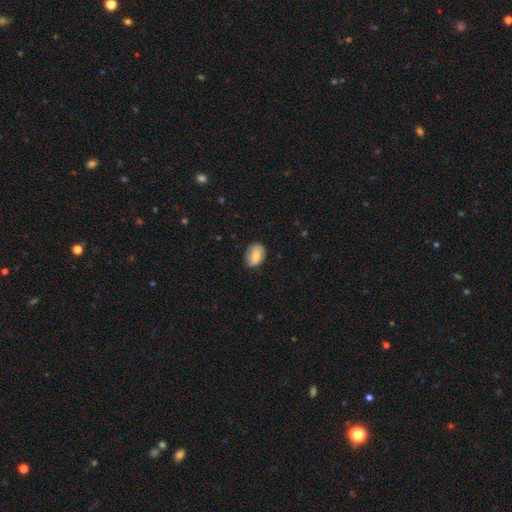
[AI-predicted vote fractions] A smooth galaxy with no disk features (75%) that is in between round and cigar-shaped (81%).

Vote fractions:
- Smooth or featured? smooth: 75% / featured or disk: 18% / star or artifact: 7%
- How rounded? in between: 81% / round: 18% / cigar-shaped: 1%
- Merging? none: 80% / minor disturbance: 16% / major disturbance: 3% / merger: 1%